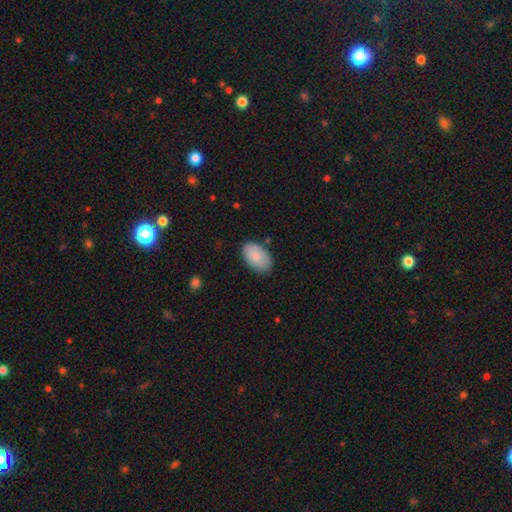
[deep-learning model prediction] Smooth or featured?
  - smooth: 85% *
  - featured or disk: 9%
  - star or artifact: 6%
How rounded?
  - in between: 93% *
  - round: 6%
  - cigar-shaped: 1%
Merging?
  - none: 82% *
  - minor disturbance: 14%
  - major disturbance: 3%
  - merger: 2%